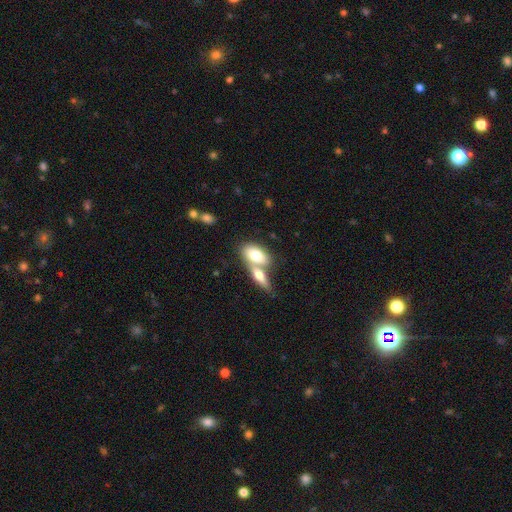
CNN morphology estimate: The model was most divided on "merging": merger: 60%, none: 28%, minor disturbance: 8%, major disturbance: 3%. More confident: how rounded — in between (86%); smooth or featured — smooth (73%).